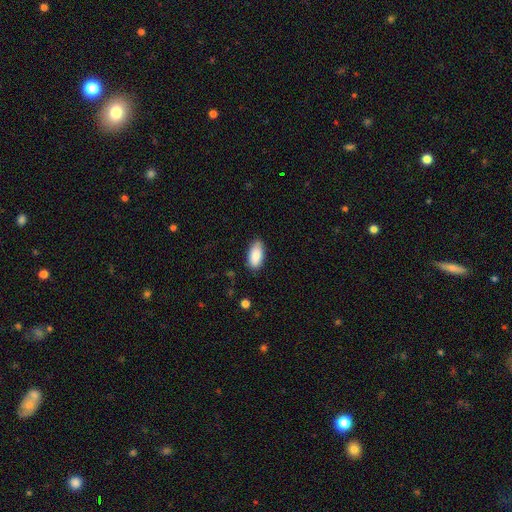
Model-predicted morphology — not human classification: A smooth galaxy with no disk features (87%) that is in between round and cigar-shaped (92%). Merging: none (80%).